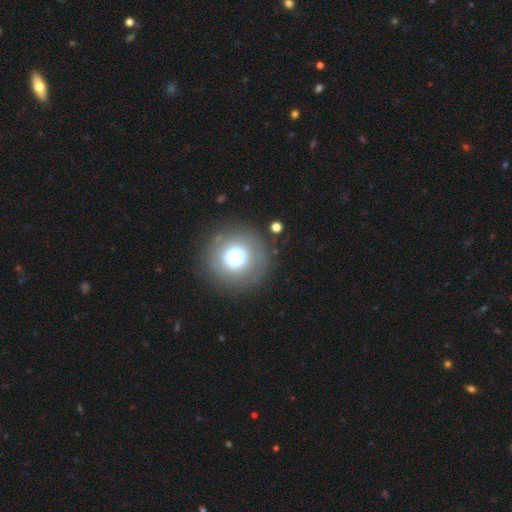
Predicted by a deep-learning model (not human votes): This appears to be a smooth galaxy with no disk features (66%) that is round (95%). Merging: none (85%).